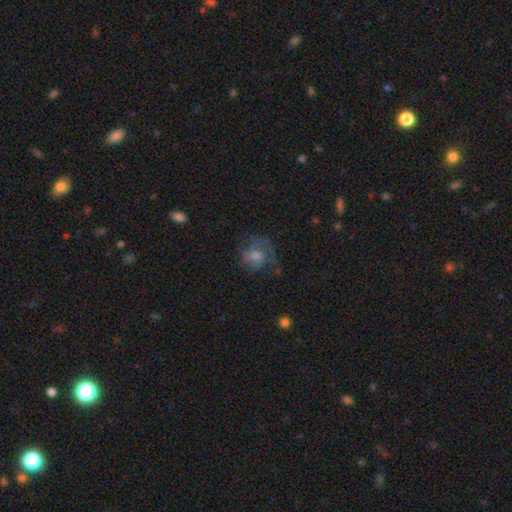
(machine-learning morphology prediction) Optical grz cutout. It shows a featured or disk galaxy (43%, tied with smooth). Merging: none (47%).